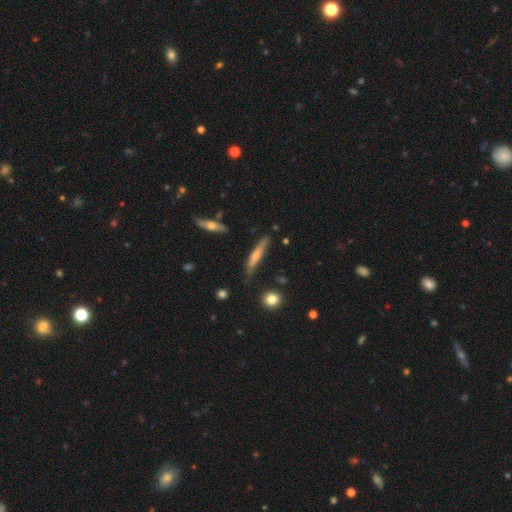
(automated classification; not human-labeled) The model was most divided on "smooth or featured": smooth: 60%, featured or disk: 34%, star or artifact: 6%. More confident: how rounded — cigar-shaped (90%); merging — none (74%).